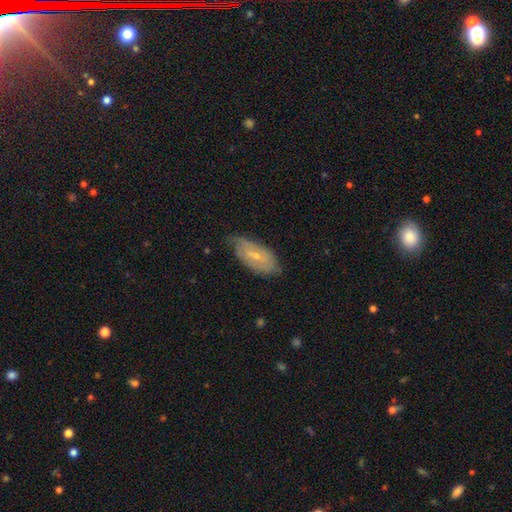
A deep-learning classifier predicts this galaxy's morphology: Smooth or featured: featured or disk — 57% (smooth — 36%)
Edge-on disk: no — 89% (yes — 11%)
Bar: weak — 49% (no — 36%)
Spiral arms: yes — 74% (no — 26%)
Bulge size: small — 64% (moderate — 30%)
Merging: none — 65% (minor disturbance — 28%)